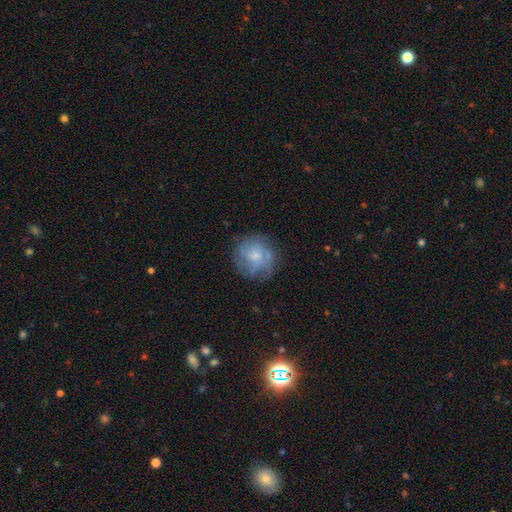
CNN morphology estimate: A featured or disk galaxy (46%, tied with smooth). Merging: none (74%).